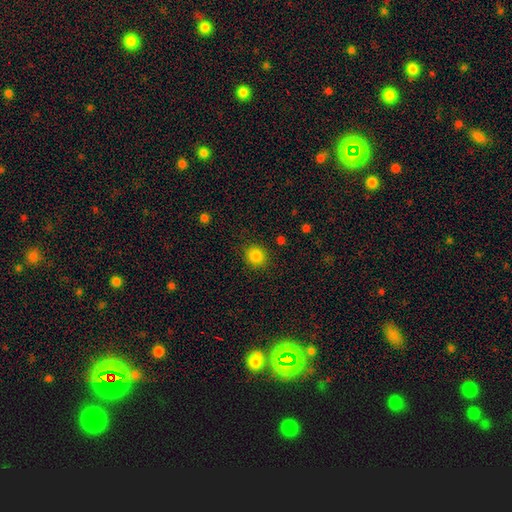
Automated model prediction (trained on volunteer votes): smooth-or-featured: smooth: 85% | star or artifact: 11% | featured or disk: 4%
  how-rounded: round: 87% | in between: 12% | cigar-shaped: 1%
  merging: none: 88% | minor disturbance: 8% | major disturbance: 3% | merger: 1%